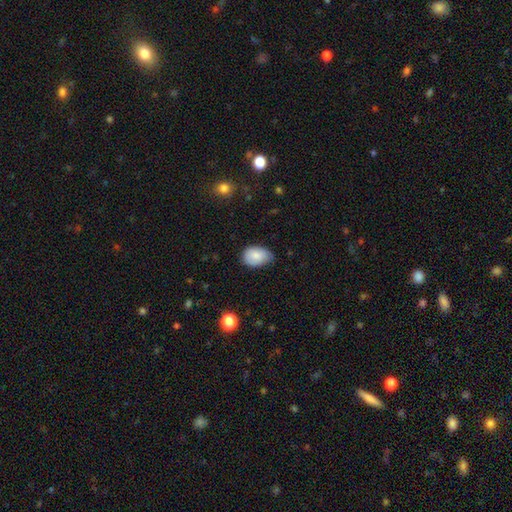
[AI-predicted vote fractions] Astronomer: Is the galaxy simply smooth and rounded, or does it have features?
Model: smooth — 82%.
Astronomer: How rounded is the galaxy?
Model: in between — 83%.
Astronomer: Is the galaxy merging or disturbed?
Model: none — 52% (runner-up: minor disturbance, 40%).